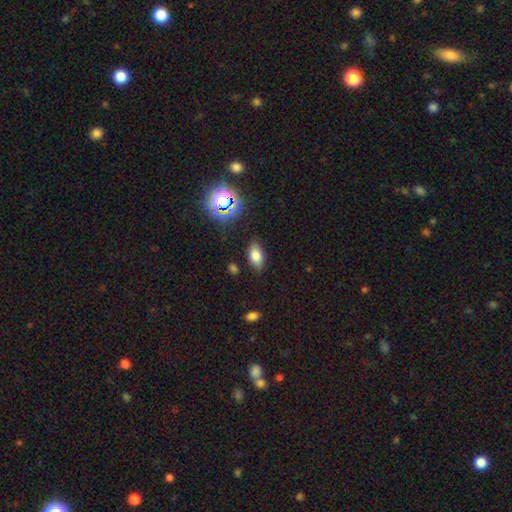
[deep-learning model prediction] smooth 76%, star or artifact 14%, featured or disk 11%. Down the decision tree: how rounded — in between (89%); merging — none (83%).